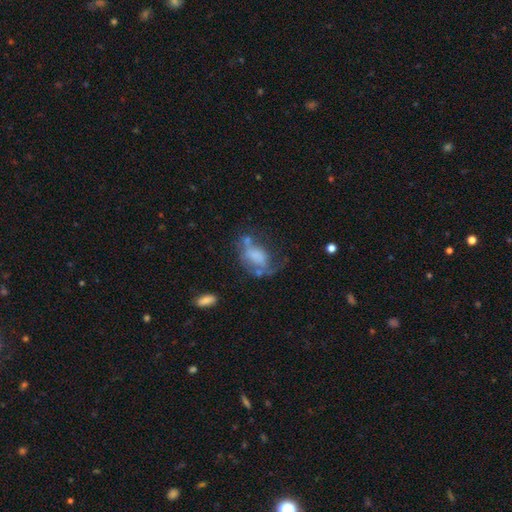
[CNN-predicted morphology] Smooth or featured? featured or disk (45%)
Merging? major disturbance (36%)